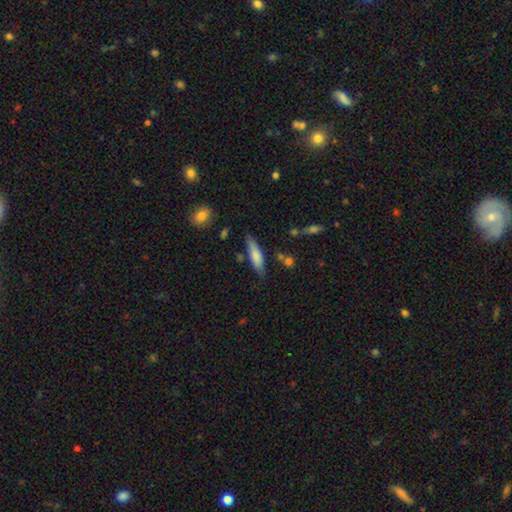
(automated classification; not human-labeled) Overall: smooth (77%). How rounded: cigar-shaped (67%; in between 31%). Merging: none (74%).